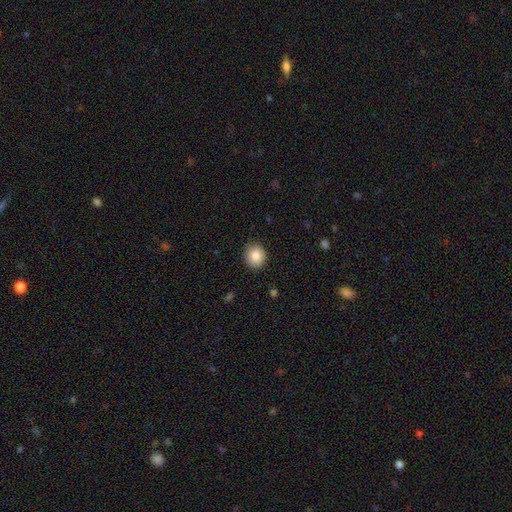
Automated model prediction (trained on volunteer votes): smooth 87%, star or artifact 8%, featured or disk 5%. Down the decision tree: how rounded — round (84%); merging — none (87%).